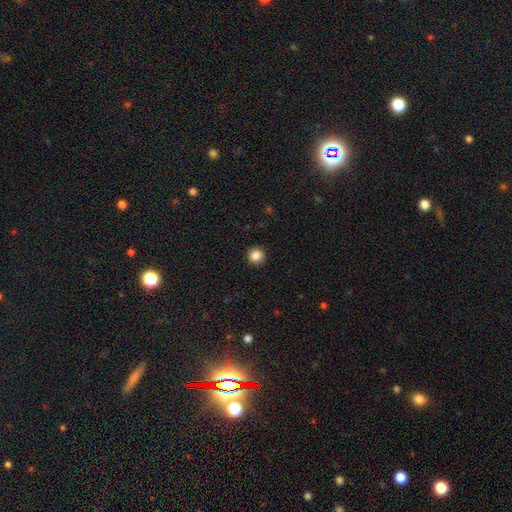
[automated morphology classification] smooth_or_featured: smooth (p=0.85) [alt: star or artifact p=0.10]
how_rounded: round (p=0.95) [alt: in between p=0.04]
merging: none (p=0.92) [alt: minor disturbance p=0.05]